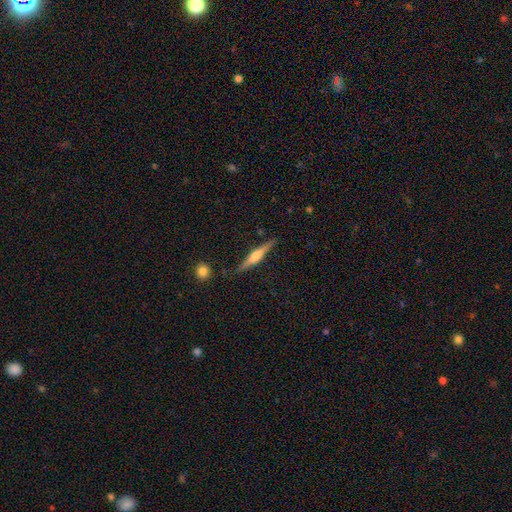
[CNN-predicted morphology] featured or disk 66%, smooth 28%, star or artifact 6%. Down the decision tree: edge-on disk — yes (97%); edge-on bulge — rounded (72%); merging — none (86%).